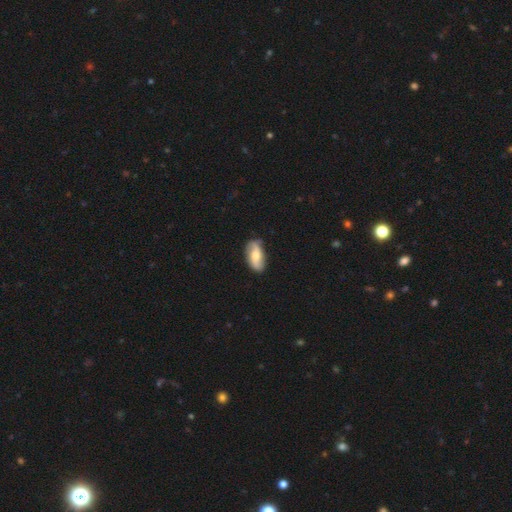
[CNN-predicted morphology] This appears to be a featured or disk galaxy (52%). Merging: none (76%).